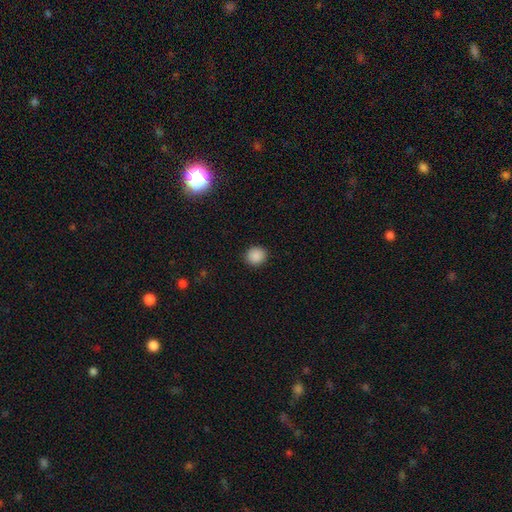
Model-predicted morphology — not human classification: Smooth or featured? Predicted: smooth (p=0.89). How rounded? Predicted: round (p=0.85). Merging? Predicted: none (p=0.91).